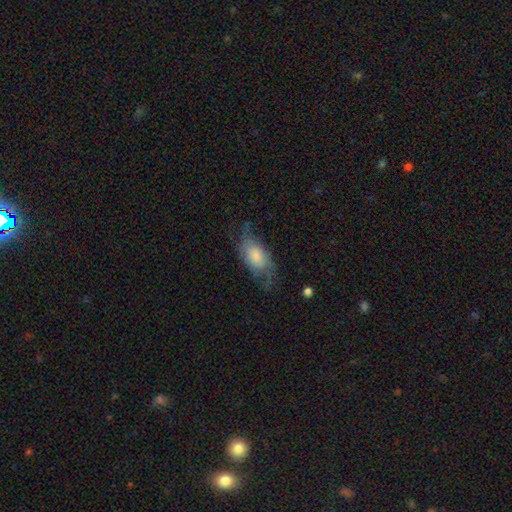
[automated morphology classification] smooth-or-featured: smooth: 48% | featured or disk: 44% | star or artifact: 7%
  merging: none: 49% | minor disturbance: 28% | major disturbance: 22% | merger: 2%